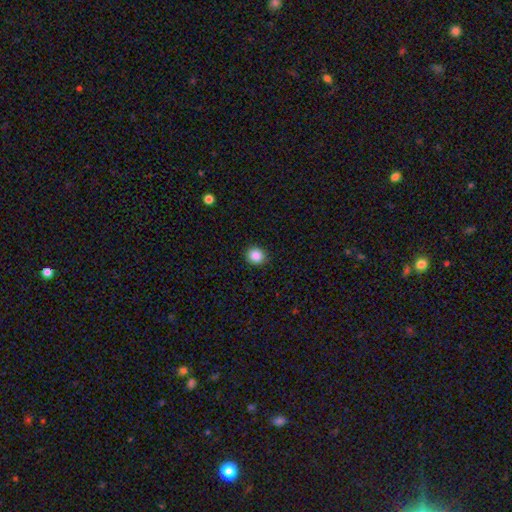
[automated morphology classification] The model was most divided on "how rounded": round: 86%, in between: 13%, cigar-shaped: 1%. More confident: merging — none (91%); smooth or featured — smooth (87%).